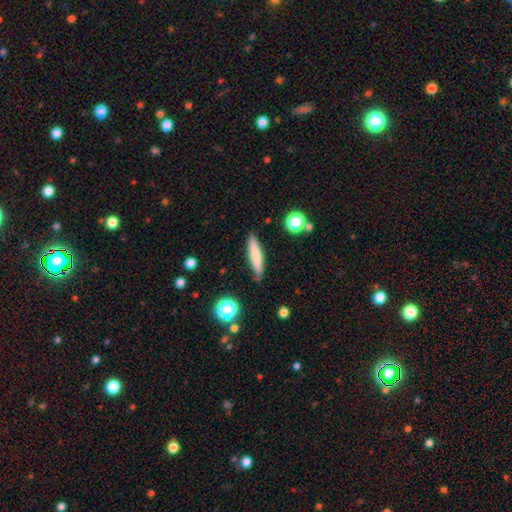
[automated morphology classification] A smooth galaxy with no disk features (73%) that is cigar-shaped (86%).

Vote fractions:
- Smooth or featured? smooth: 73% / featured or disk: 20% / star or artifact: 7%
- How rounded? cigar-shaped: 86% / in between: 12% / round: 2%
- Merging? none: 85% / minor disturbance: 11% / major disturbance: 2% / merger: 2%